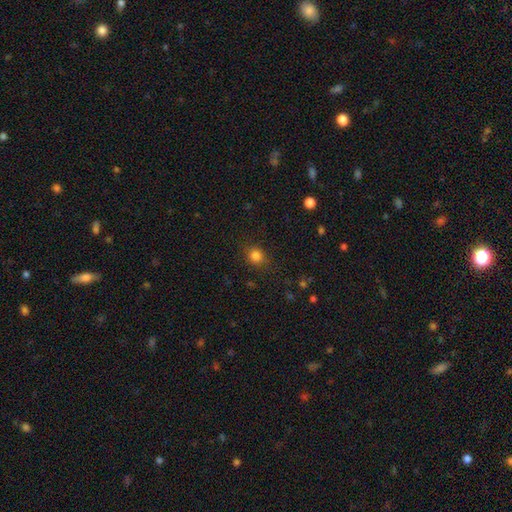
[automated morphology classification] Q: Smooth or featured?
A: smooth (83%); runner-up: star or artifact (12%)
Q: How rounded?
A: round (77%); runner-up: in between (22%)
Q: Merging?
A: none (84%); runner-up: minor disturbance (11%)